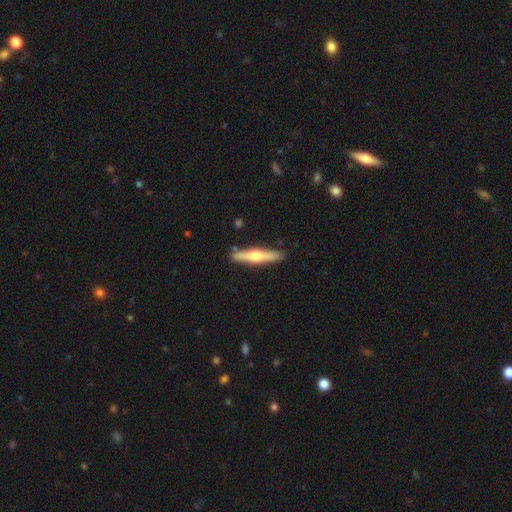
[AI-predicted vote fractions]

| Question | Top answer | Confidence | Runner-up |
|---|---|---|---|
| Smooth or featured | featured or disk | 55% | smooth (40%) |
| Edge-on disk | yes | 95% | no (5%) |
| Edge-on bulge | rounded | 92% | none (5%) |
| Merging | none | 89% | minor disturbance (8%) |